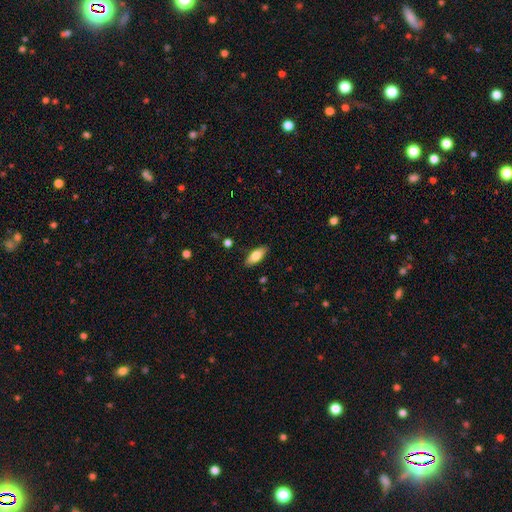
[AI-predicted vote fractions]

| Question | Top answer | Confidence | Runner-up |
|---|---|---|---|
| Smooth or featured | smooth | 77% | featured or disk (17%) |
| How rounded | in between | 80% | cigar-shaped (18%) |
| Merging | none | 87% | minor disturbance (9%) |